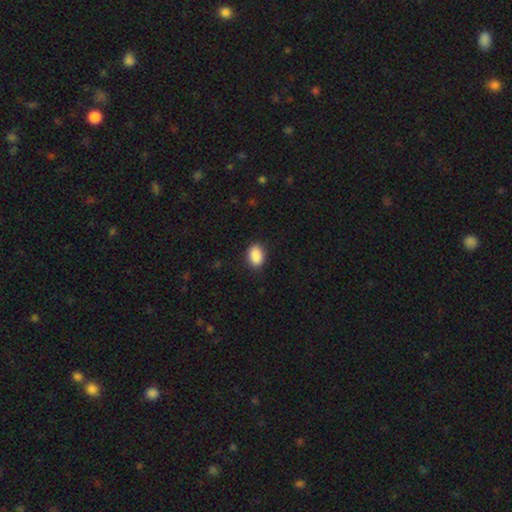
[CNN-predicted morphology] Smooth or featured: smooth — 90% (star or artifact — 7%)
How rounded: in between — 83% (round — 16%)
Merging: none — 88% (minor disturbance — 9%)